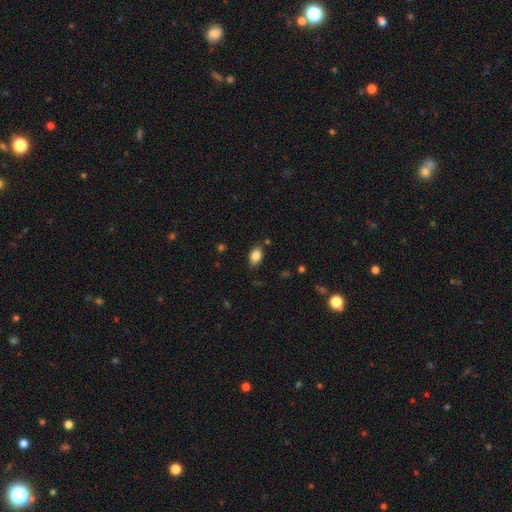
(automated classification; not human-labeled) This is clearly a smooth galaxy (84%). How rounded: clearly in between (85%). Merging: clearly none (81%).